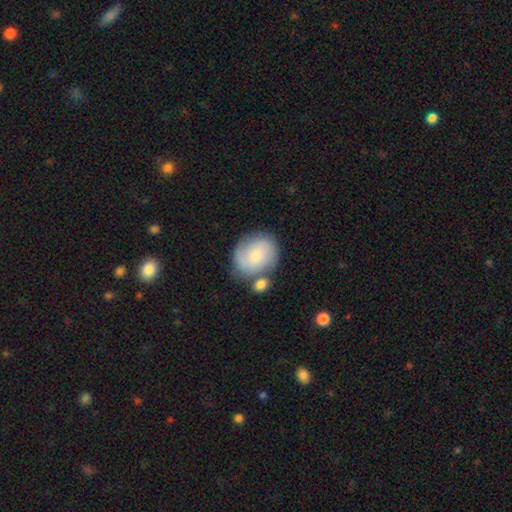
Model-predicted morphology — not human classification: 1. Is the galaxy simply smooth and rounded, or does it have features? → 53% smooth, 40% featured or disk, 7% star or artifact.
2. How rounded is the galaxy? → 62% round, 37% in between, 1% cigar-shaped.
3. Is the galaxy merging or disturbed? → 57% none, 19% minor disturbance, 18% merger, 6% major disturbance.